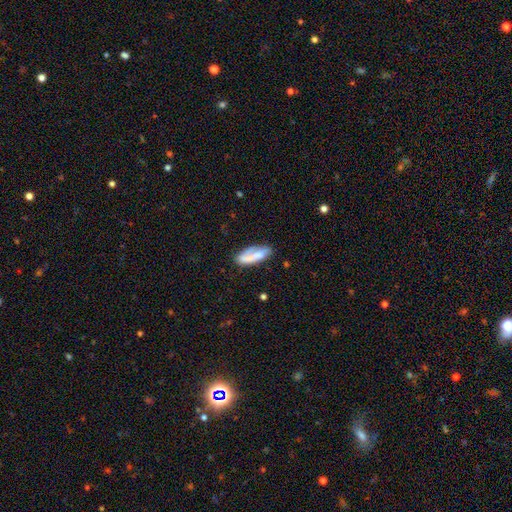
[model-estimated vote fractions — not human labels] The model was most divided on "smooth or featured": smooth: 49%, featured or disk: 44%, star or artifact: 7%. More confident: merging — none (54%).